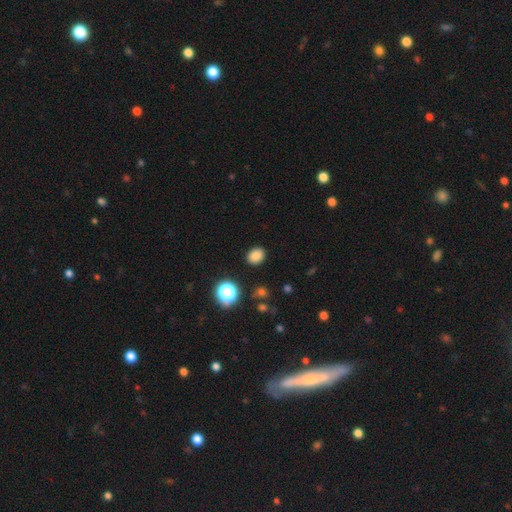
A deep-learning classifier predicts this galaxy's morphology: Smooth or featured: smooth — 82% (star or artifact — 13%)
How rounded: round — 53% (in between — 46%)
Merging: none — 89% (minor disturbance — 7%)